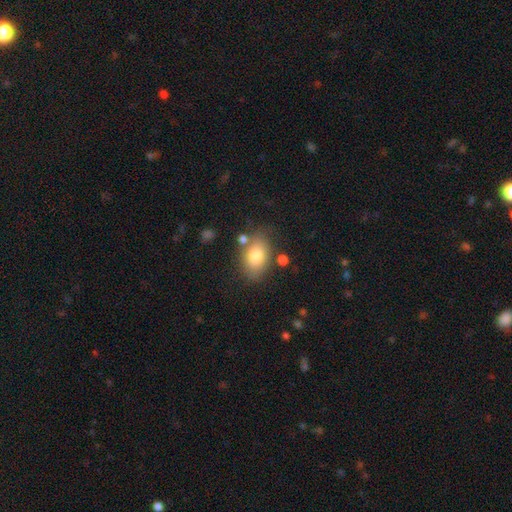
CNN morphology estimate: Smooth or featured? smooth (78%)
How rounded? in between (84%)
Merging? none (72%)